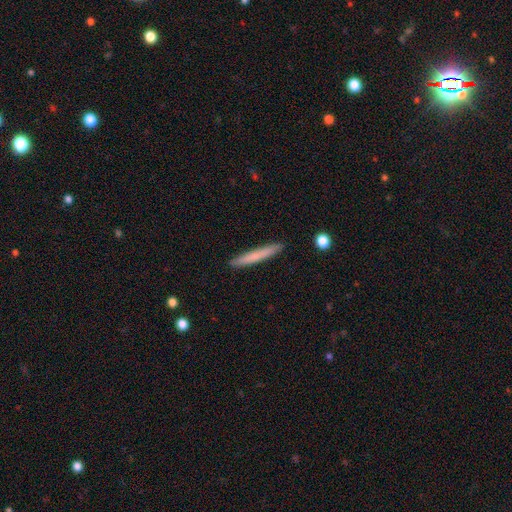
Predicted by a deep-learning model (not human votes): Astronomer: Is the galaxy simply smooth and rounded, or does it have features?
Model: smooth — 71%.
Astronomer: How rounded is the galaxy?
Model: cigar-shaped — 96%.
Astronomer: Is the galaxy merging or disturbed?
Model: none — 91%.